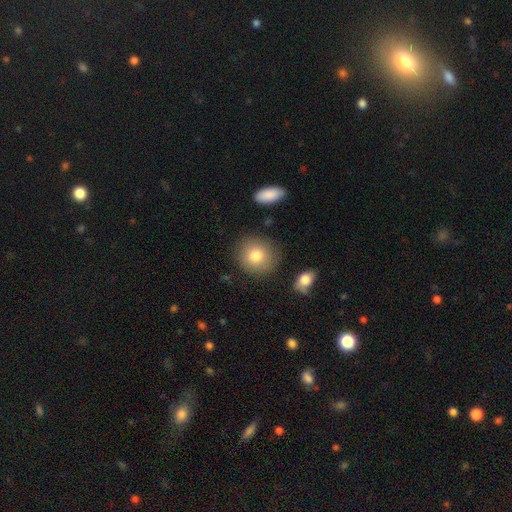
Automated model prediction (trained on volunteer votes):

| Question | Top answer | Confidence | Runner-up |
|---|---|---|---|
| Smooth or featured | smooth | 82% | featured or disk (10%) |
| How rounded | round | 85% | in between (14%) |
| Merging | none | 83% | minor disturbance (10%) |